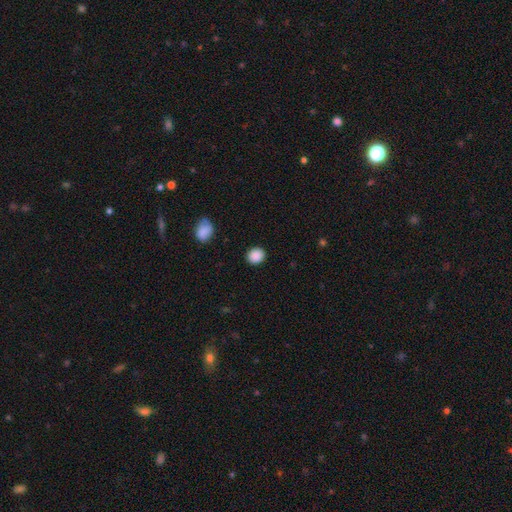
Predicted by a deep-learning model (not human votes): Q: Smooth or featured?
A: smooth (89%); runner-up: star or artifact (9%)
Q: How rounded?
A: round (78%); runner-up: in between (21%)
Q: Merging?
A: none (90%); runner-up: minor disturbance (7%)